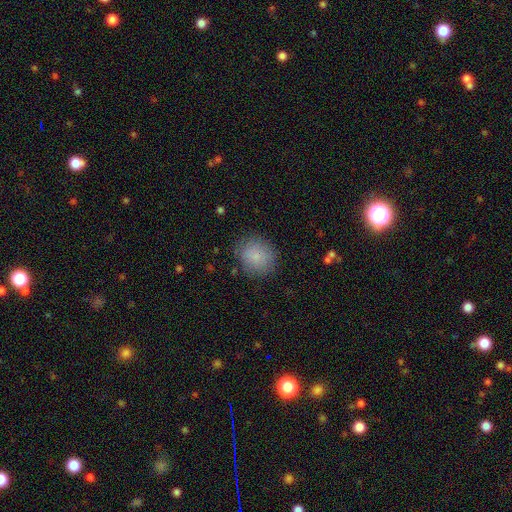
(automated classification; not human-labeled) This appears to be a smooth galaxy with no disk features (85%) that is round (81%). Merging: none (82%).